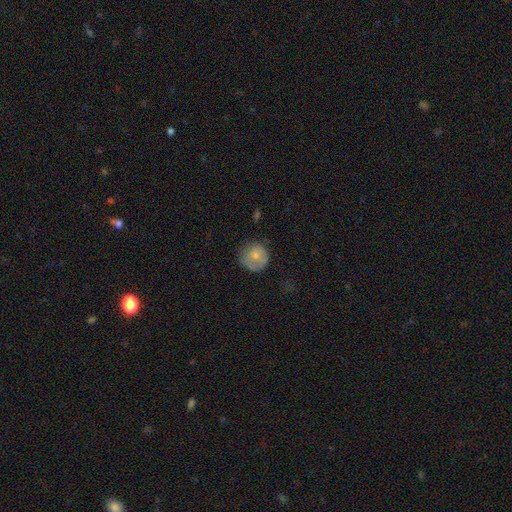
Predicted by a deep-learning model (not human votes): The model was most divided on "merging": none: 63%, minor disturbance: 25%, major disturbance: 11%, merger: 2%. More confident: how rounded — round (89%); smooth or featured — smooth (72%).